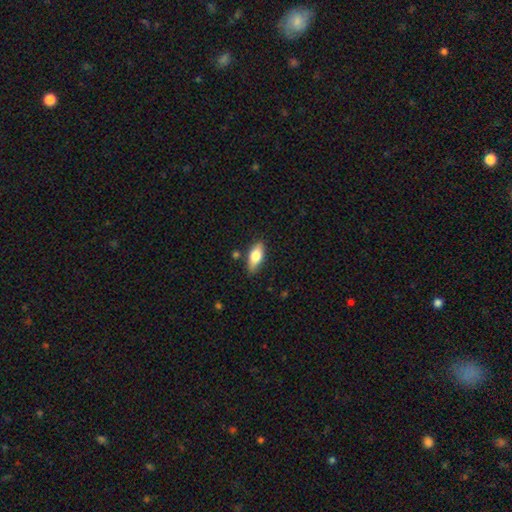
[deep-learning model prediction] Morphology: type=smooth (70%); roundness=in between (79%); merging=none (82%).